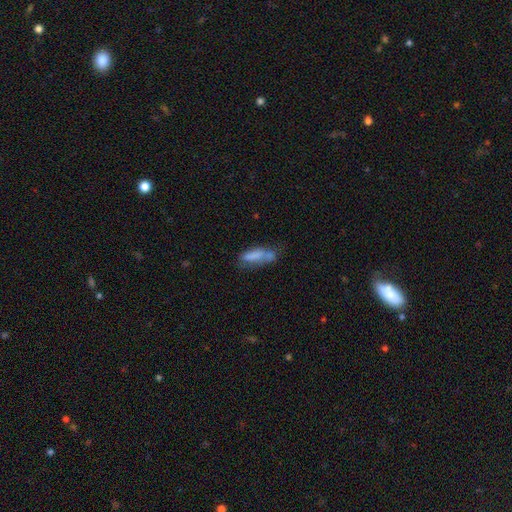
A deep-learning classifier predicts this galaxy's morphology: Smooth or featured?
  - smooth: 69% *
  - featured or disk: 21%
  - star or artifact: 10%
How rounded?
  - cigar-shaped: 50% *
  - in between: 47%
  - round: 2%
Merging?
  - none: 36% *
  - minor disturbance: 26%
  - merger: 21%
  - major disturbance: 17%